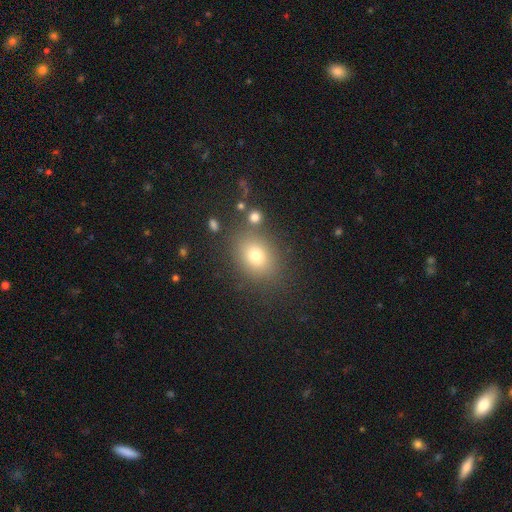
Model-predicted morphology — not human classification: This is likely a smooth galaxy (76%). How rounded: possibly in between (54%). Merging: likely none (79%).